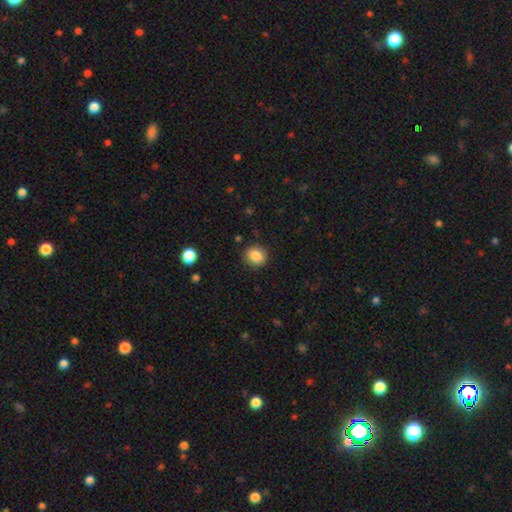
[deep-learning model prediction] smooth_or_featured: smooth (p=0.86) [alt: star or artifact p=0.10]
how_rounded: round (p=0.82) [alt: in between p=0.17]
merging: none (p=0.88) [alt: minor disturbance p=0.08]